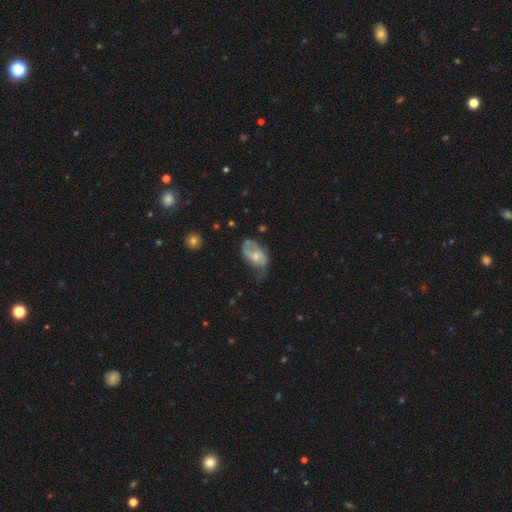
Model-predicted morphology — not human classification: featured or disk 65%, smooth 28%, star or artifact 7%. Down the decision tree: edge-on disk — no (96%); bar — no (57%); spiral arms — yes (77%); bulge size — moderate (50%); merging — none (37%).